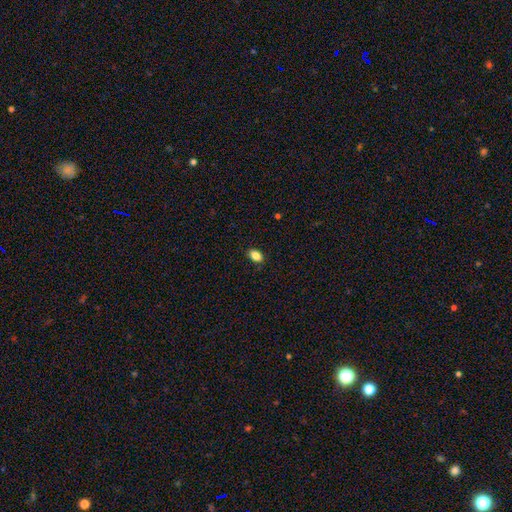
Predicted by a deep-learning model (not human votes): A smooth galaxy with no disk features (86%) that is in between round and cigar-shaped (86%). Merging: none (88%).